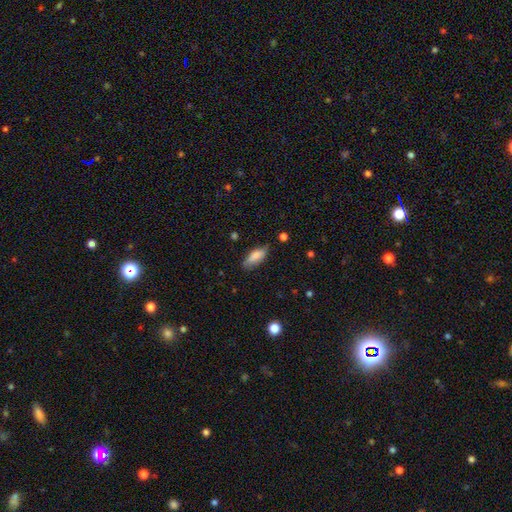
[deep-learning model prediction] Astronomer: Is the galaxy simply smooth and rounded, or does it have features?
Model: smooth — 83%.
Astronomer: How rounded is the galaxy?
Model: in between — 76%.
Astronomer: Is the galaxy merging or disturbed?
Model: none — 72%.